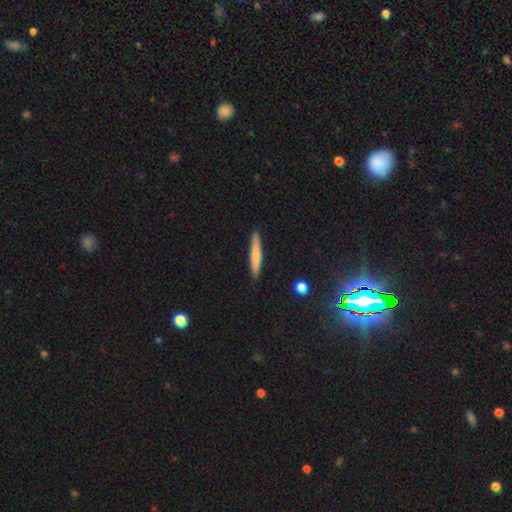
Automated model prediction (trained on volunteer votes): Smooth or featured? smooth (70%)
How rounded? cigar-shaped (94%)
Merging? none (89%)